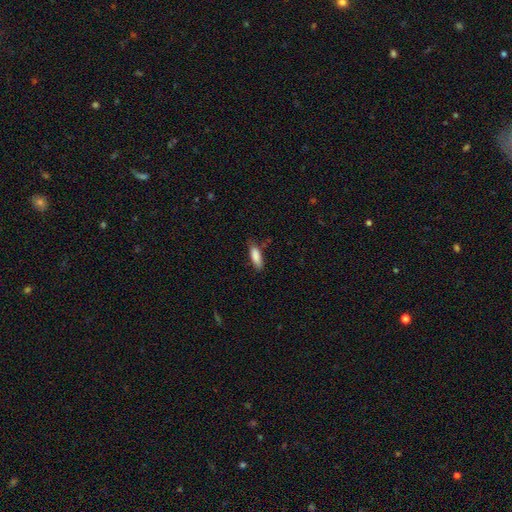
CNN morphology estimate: smooth 86%, featured or disk 7%, star or artifact 7%. Down the decision tree: how rounded — in between (56%); merging — none (72%).